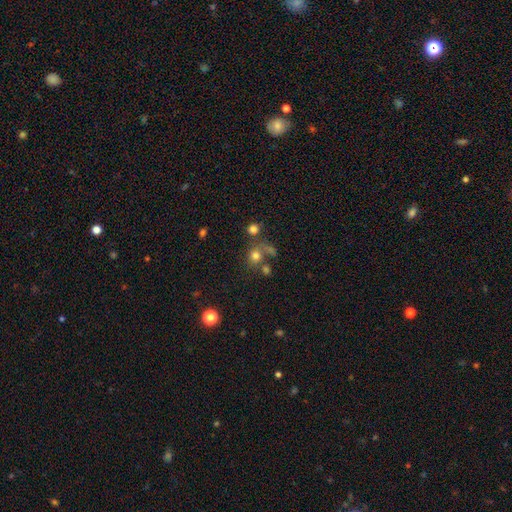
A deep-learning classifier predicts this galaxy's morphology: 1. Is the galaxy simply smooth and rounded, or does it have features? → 71% smooth, 17% star or artifact, 12% featured or disk.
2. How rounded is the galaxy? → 82% round, 17% in between, 1% cigar-shaped.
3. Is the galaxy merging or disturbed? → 51% none, 28% merger, 11% minor disturbance, 10% major disturbance.